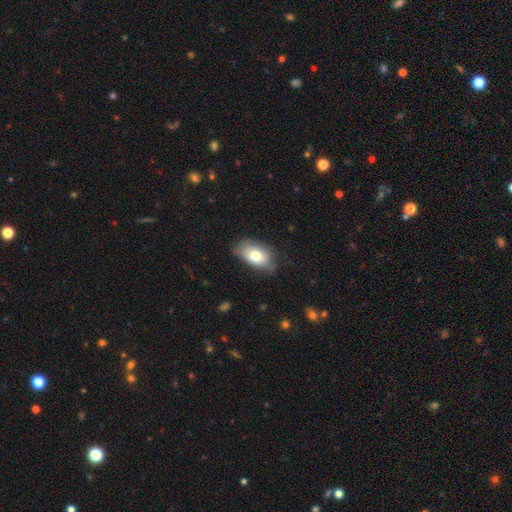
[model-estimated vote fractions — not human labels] This is likely a smooth galaxy (75%). How rounded: clearly in between (91%). Merging: likely none (69%).